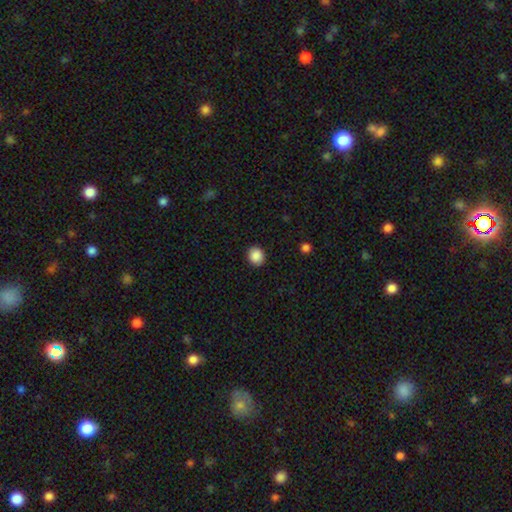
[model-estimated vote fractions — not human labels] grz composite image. It shows a smooth galaxy with no disk features (88%) that is round (82%). Merging: none (91%).